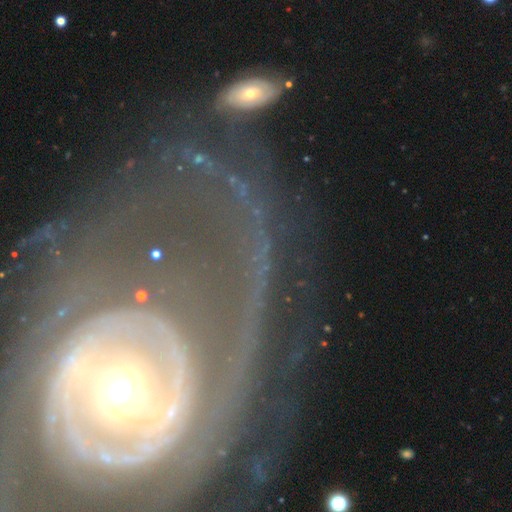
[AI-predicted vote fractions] Smooth or featured? Predicted: featured or disk (p=0.80). Edge-on disk? Predicted: no (p=0.91). Bar? Predicted: no (p=0.57). Spiral arms? Predicted: yes (p=0.66). Bulge size? Predicted: moderate (p=0.59). Merging? Predicted: none (p=0.61).